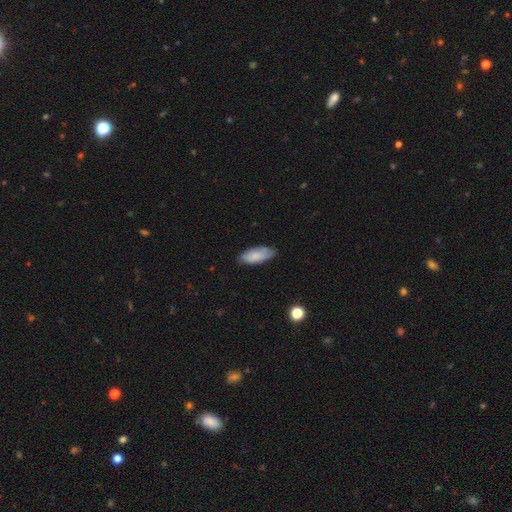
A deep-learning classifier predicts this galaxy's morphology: smooth_or_featured: smooth (p=0.80) [alt: featured or disk p=0.14]
how_rounded: in between (p=0.81) [alt: cigar-shaped p=0.17]
merging: none (p=0.76) [alt: minor disturbance p=0.19]